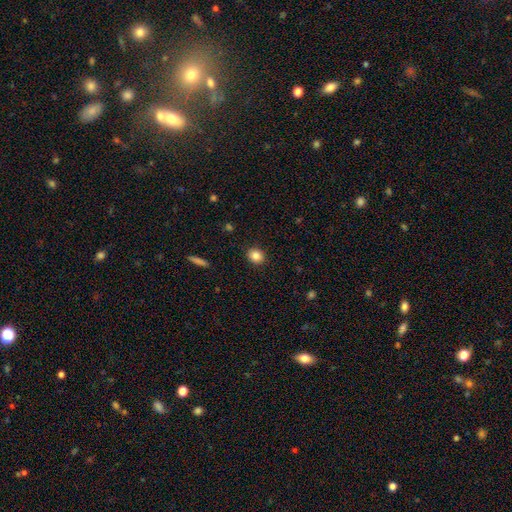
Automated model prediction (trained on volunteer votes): Smooth or featured? smooth (85%)
How rounded? round (71%)
Merging? none (90%)